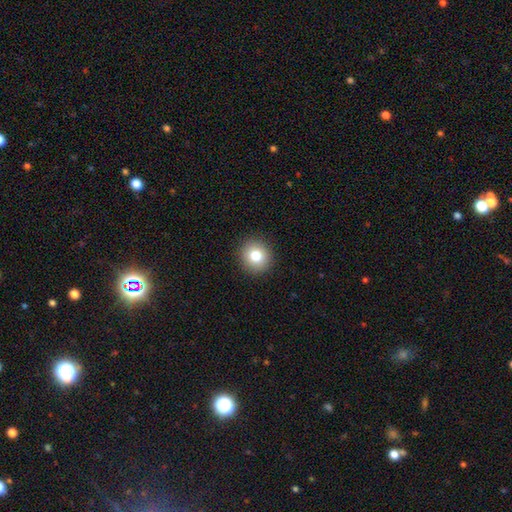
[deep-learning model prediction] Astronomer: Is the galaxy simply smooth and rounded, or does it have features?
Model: smooth — 80%.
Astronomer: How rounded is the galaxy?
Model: round — 88%.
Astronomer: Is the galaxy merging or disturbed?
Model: none — 92%.